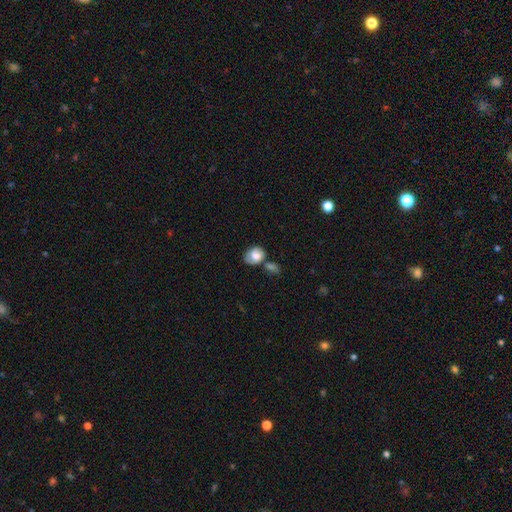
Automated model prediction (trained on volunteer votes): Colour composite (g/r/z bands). It shows a smooth galaxy with no disk features (65%) that is in between round and cigar-shaped (60%). Merging: none (37%).